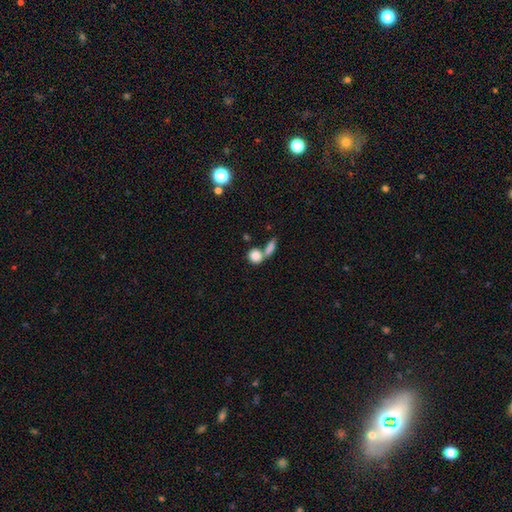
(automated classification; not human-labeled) The model was most divided on "merging": merger: 45%, none: 42%, minor disturbance: 8%, major disturbance: 5%. More confident: smooth or featured — smooth (84%); how rounded — round (69%).